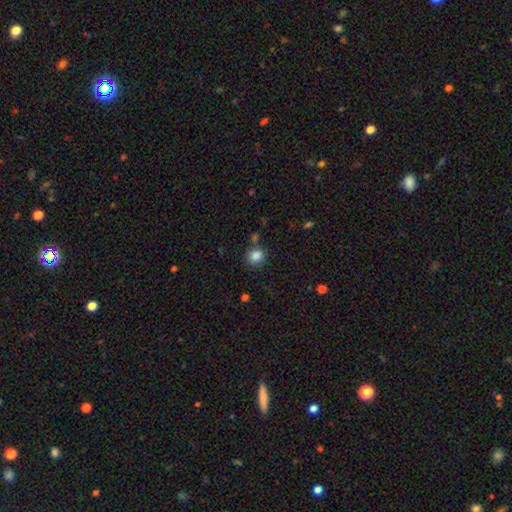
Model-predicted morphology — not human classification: type=smooth (85%); roundness=round (80%); merging=none (75%).